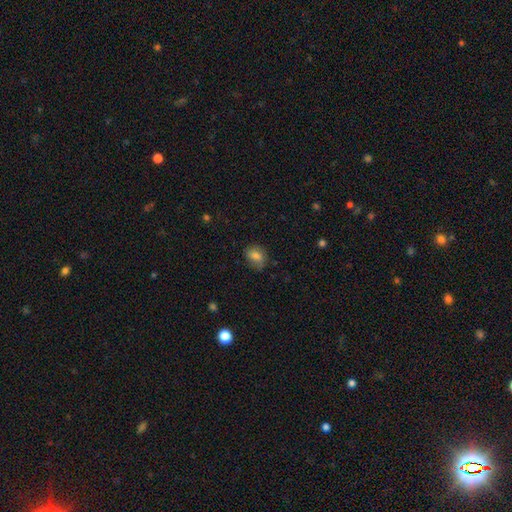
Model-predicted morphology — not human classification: Overall: smooth (75%). How rounded: in between (60%; round 39%). Merging: none (68%).